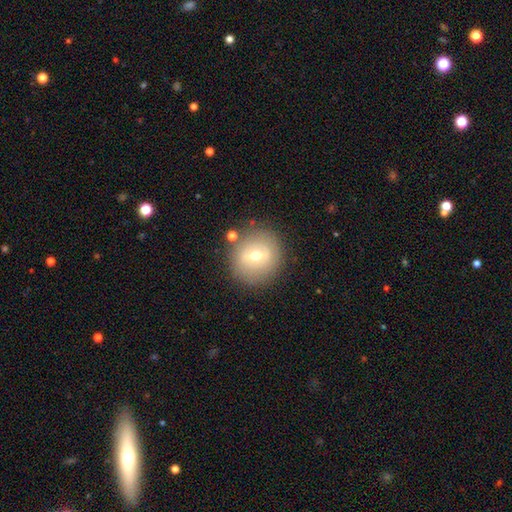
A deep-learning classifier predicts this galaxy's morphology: Smooth or featured: smooth — 52% (featured or disk — 39%)
How rounded: round — 91% (in between — 8%)
Merging: none — 82% (minor disturbance — 10%)